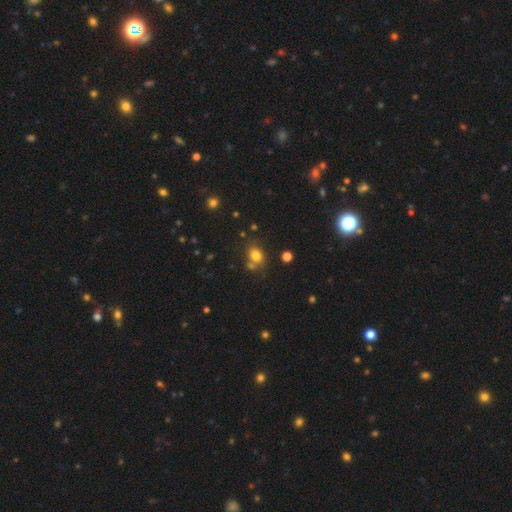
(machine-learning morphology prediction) smooth-or-featured: smooth: 78% | star or artifact: 13% | featured or disk: 8%
  how-rounded: in between: 58% | round: 41% | cigar-shaped: 1%
  merging: none: 62% | merger: 21% | minor disturbance: 13% | major disturbance: 4%